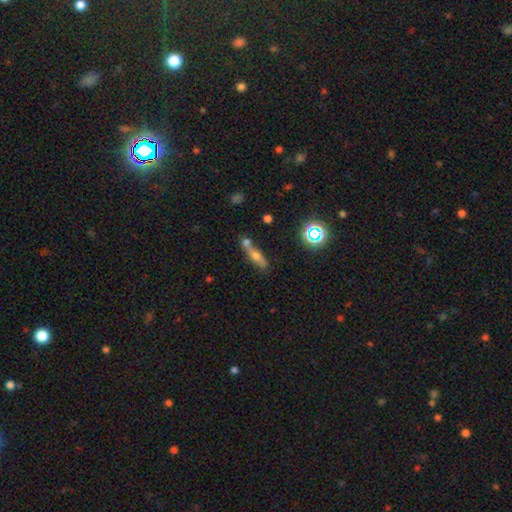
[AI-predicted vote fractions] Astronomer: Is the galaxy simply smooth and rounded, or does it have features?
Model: smooth — 54% (runner-up: featured or disk, 30%).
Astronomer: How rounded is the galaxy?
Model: cigar-shaped — 60%.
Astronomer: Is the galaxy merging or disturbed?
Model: none — 48% (runner-up: merger, 33%).